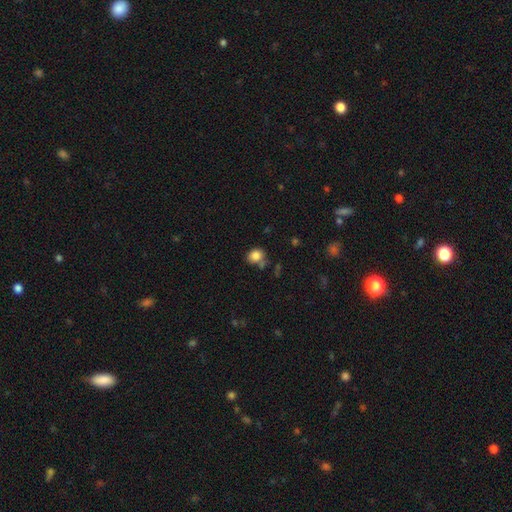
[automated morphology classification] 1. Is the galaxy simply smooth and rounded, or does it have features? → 82% smooth, 11% star or artifact, 7% featured or disk.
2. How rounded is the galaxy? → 67% round, 32% in between, 1% cigar-shaped.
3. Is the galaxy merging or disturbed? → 62% none, 19% minor disturbance, 13% merger, 6% major disturbance.